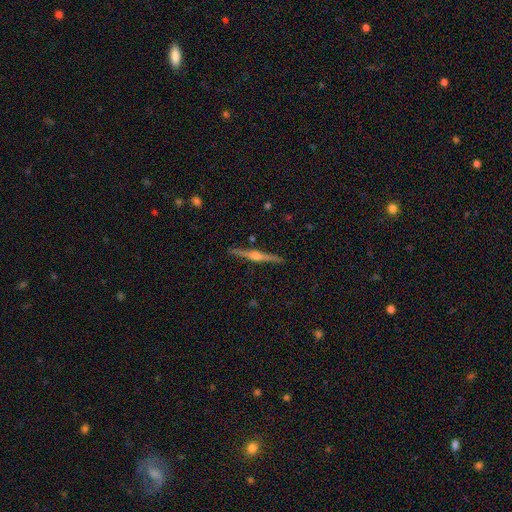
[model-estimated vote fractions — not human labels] Overall: featured or disk (84%). Edge-on disk: yes (99%). Edge-on bulge: rounded (92%). Merging: none (92%).